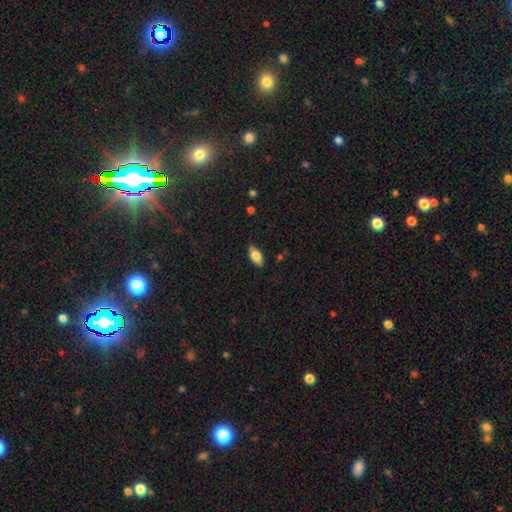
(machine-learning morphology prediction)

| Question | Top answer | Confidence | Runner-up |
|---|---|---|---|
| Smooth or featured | smooth | 72% | featured or disk (21%) |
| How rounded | in between | 86% | cigar-shaped (11%) |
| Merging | none | 85% | minor disturbance (11%) |